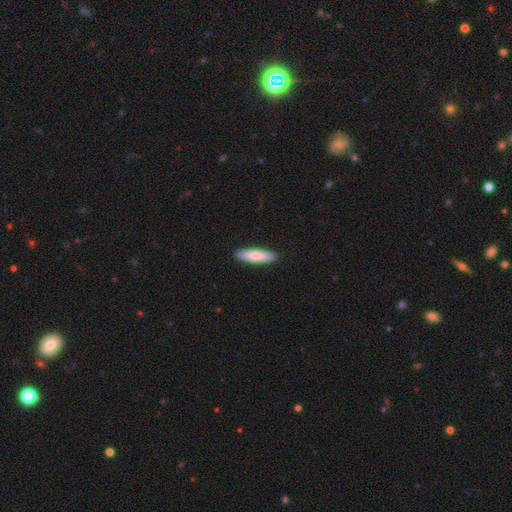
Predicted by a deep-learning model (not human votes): Morphology: type=smooth (78%); roundness=cigar-shaped (66%); merging=none (91%).